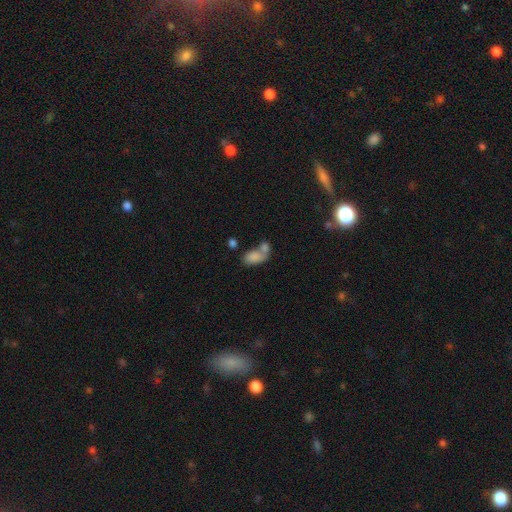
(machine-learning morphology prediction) This appears to be a smooth galaxy with no disk features (80%) that is in between round and cigar-shaped (88%). Merging: merger (57%).